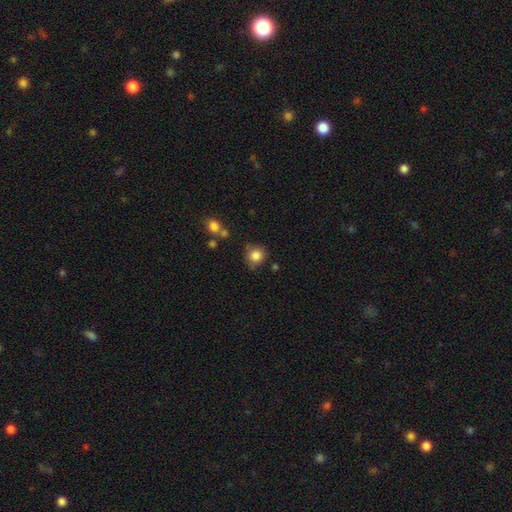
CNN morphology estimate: Q: Smooth or featured?
A: smooth (84%); runner-up: star or artifact (10%)
Q: How rounded?
A: round (90%); runner-up: in between (9%)
Q: Merging?
A: none (73%); runner-up: minor disturbance (17%)